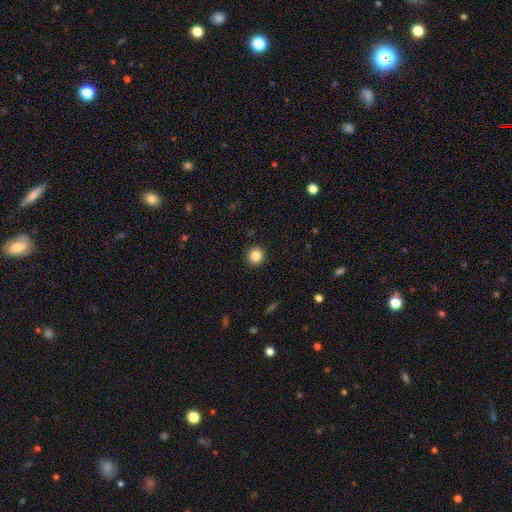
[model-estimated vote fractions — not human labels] smooth 85%, star or artifact 10%, featured or disk 5%. Down the decision tree: how rounded — round (94%); merging — none (92%).